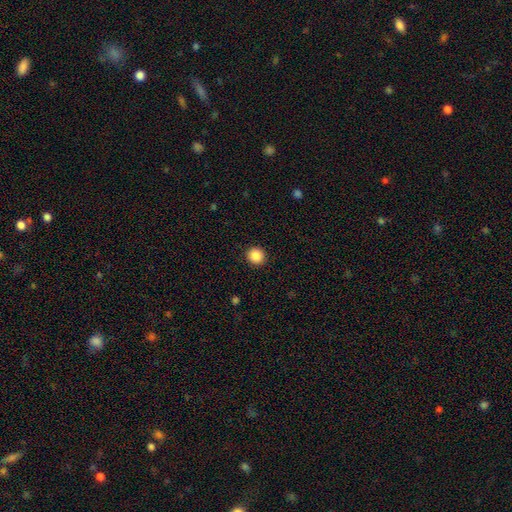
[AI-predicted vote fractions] Smooth or featured: smooth — 88% (star or artifact — 9%)
How rounded: round — 90% (in between — 9%)
Merging: none — 92% (minor disturbance — 5%)